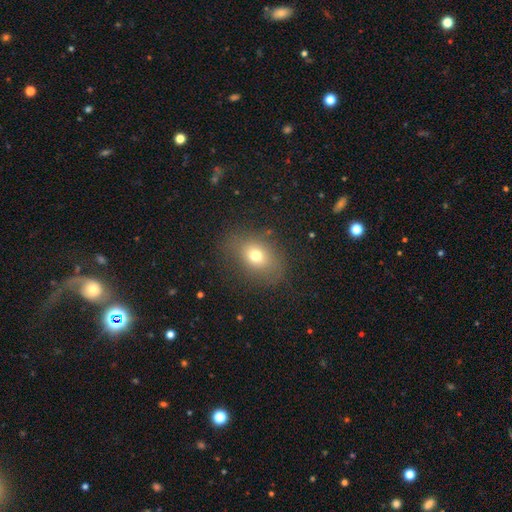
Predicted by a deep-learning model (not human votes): This is likely a smooth galaxy (70%). How rounded: likely in between (62%). Merging: likely none (75%).